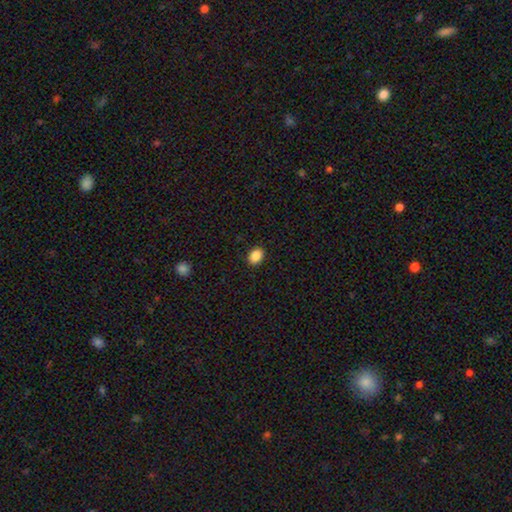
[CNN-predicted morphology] smooth_or_featured: smooth (p=0.88) [alt: star or artifact p=0.08]
how_rounded: in between (p=0.68) [alt: round p=0.31]
merging: none (p=0.90) [alt: minor disturbance p=0.07]